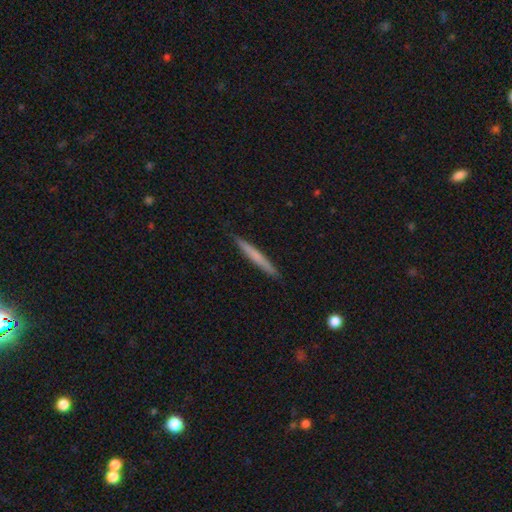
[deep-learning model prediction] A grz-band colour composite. It shows a smooth galaxy with no disk features (60%) that is cigar-shaped (97%). Merging: none (91%).